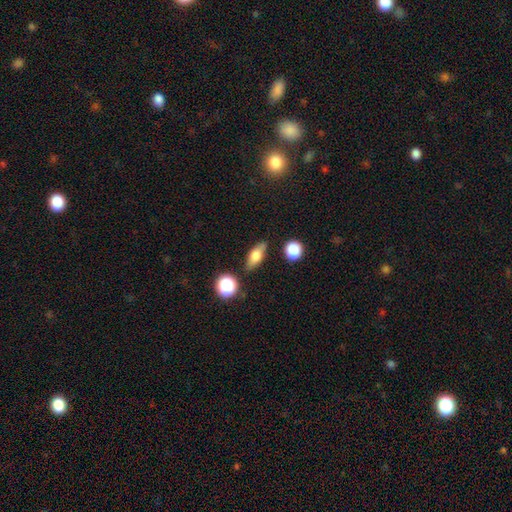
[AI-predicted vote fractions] A smooth galaxy with no disk features (69%) that is in between round and cigar-shaped (69%).

Vote fractions:
- Smooth or featured? smooth: 69% / featured or disk: 21% / star or artifact: 10%
- How rounded? in between: 69% / cigar-shaped: 21% / round: 11%
- Merging? none: 78% / minor disturbance: 14% / merger: 4% / major disturbance: 3%